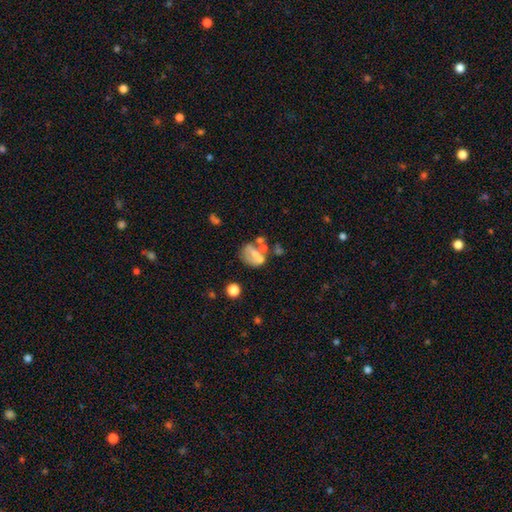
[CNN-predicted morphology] smooth-or-featured: smooth: 45% | featured or disk: 42% | star or artifact: 13%
  merging: none: 35% | merger: 30% | minor disturbance: 18% | major disturbance: 17%